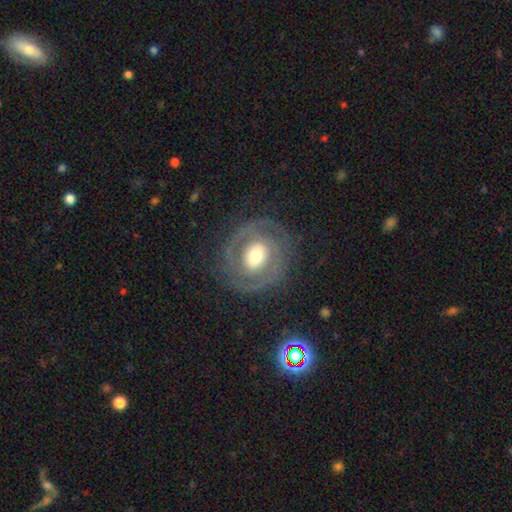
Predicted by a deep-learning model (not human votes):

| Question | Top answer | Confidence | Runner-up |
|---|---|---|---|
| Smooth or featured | featured or disk | 75% | smooth (19%) |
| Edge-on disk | no | 97% | yes (3%) |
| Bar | no | 56% | weak (30%) |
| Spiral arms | yes | 74% | no (26%) |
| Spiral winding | tight | 58% | medium (30%) |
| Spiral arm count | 2 | 57% | can't tell (21%) |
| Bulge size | moderate | 59% | large (27%) |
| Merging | none | 78% | minor disturbance (13%) |